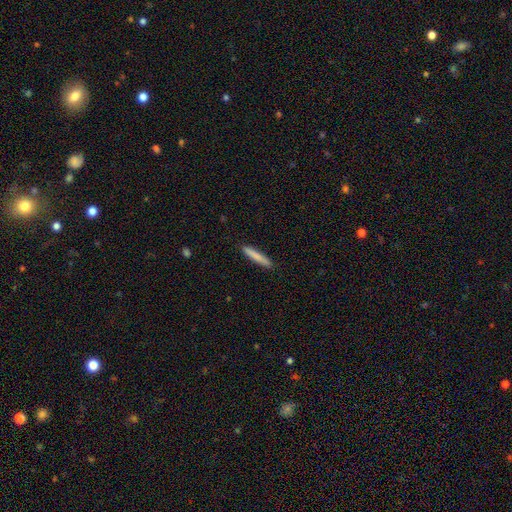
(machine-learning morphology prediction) smooth 82%, featured or disk 13%, star or artifact 5%. Down the decision tree: how rounded — cigar-shaped (94%); merging — none (90%).